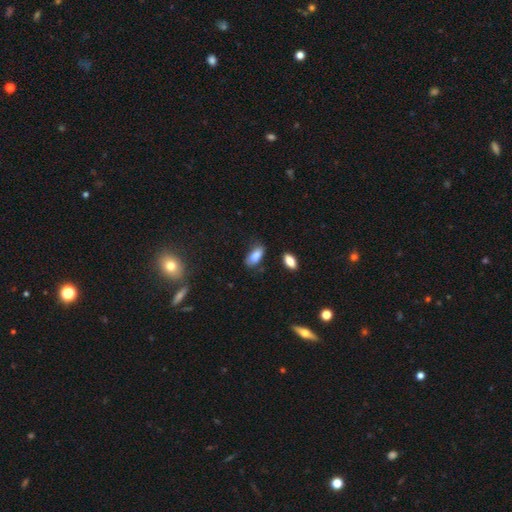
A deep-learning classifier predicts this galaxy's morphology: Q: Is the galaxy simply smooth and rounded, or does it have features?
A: smooth — 84%.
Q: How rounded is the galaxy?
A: in between — 89%.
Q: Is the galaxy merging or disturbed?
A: none — 65%.